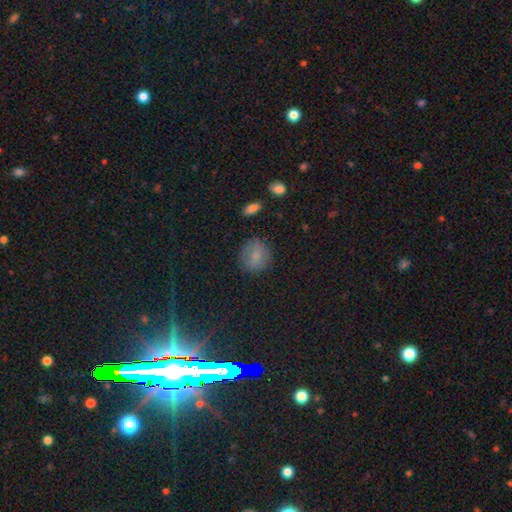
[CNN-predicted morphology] A smooth galaxy with no disk features (76%) that is round (84%).

Vote fractions:
- Smooth or featured? smooth: 76% / featured or disk: 13% / star or artifact: 11%
- How rounded? round: 84% / in between: 15% / cigar-shaped: 1%
- Merging? none: 80% / minor disturbance: 14% / major disturbance: 4% / merger: 2%